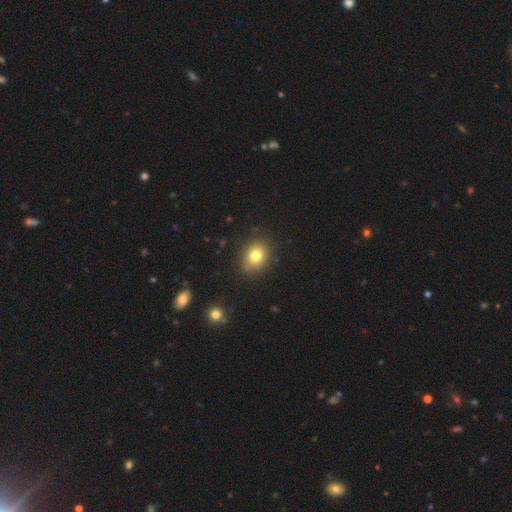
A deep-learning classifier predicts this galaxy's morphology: type=smooth (80%); roundness=round (55%); merging=none (84%).